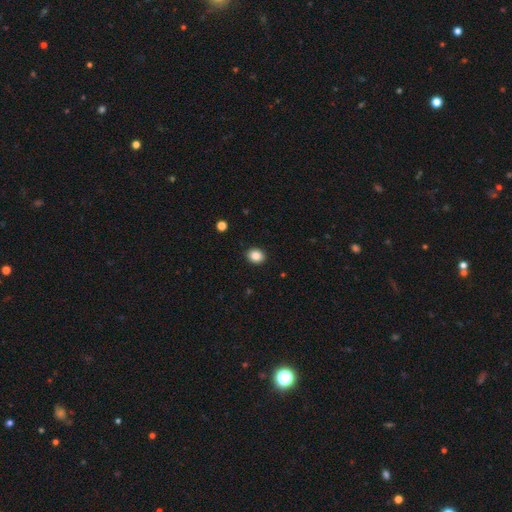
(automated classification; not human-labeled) Smooth or featured?
  - smooth: 87% *
  - star or artifact: 9%
  - featured or disk: 4%
How rounded?
  - round: 53% *
  - in between: 46%
  - cigar-shaped: 1%
Merging?
  - none: 91% *
  - minor disturbance: 6%
  - major disturbance: 2%
  - merger: 1%